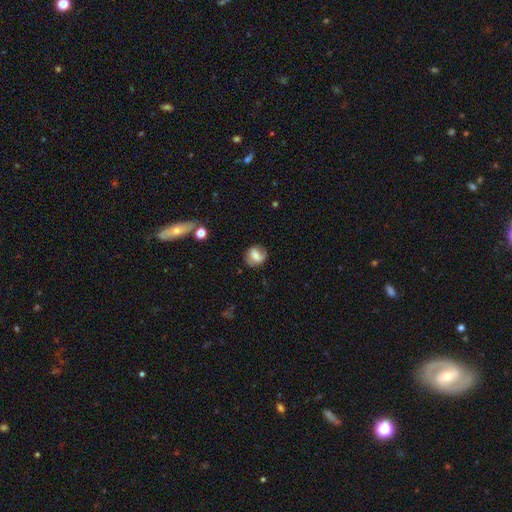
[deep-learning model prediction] The model was most divided on "smooth or featured": smooth: 63%, featured or disk: 27%, star or artifact: 10%. More confident: how rounded — round (74%); merging — none (71%).